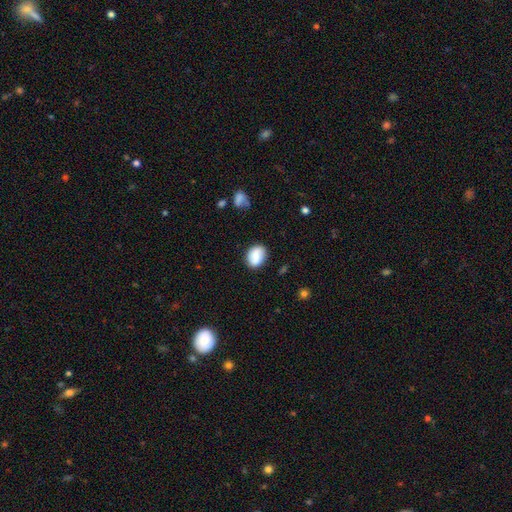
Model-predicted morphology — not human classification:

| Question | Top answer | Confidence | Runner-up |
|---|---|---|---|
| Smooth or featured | smooth | 73% | featured or disk (19%) |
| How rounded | in between | 63% | round (36%) |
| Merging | none | 78% | minor disturbance (15%) |